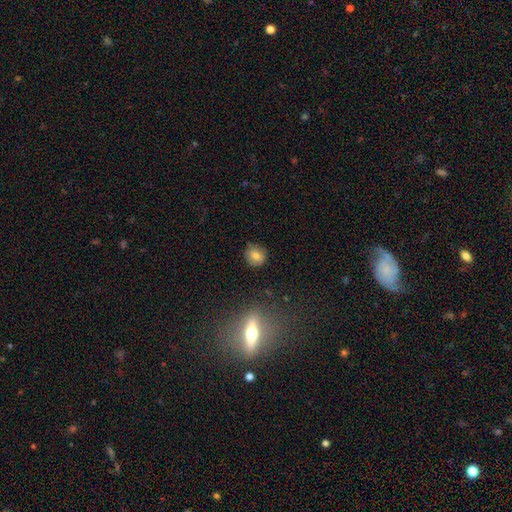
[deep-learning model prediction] A smooth galaxy with no disk features (76%) that is round (83%). Merging: none (82%).